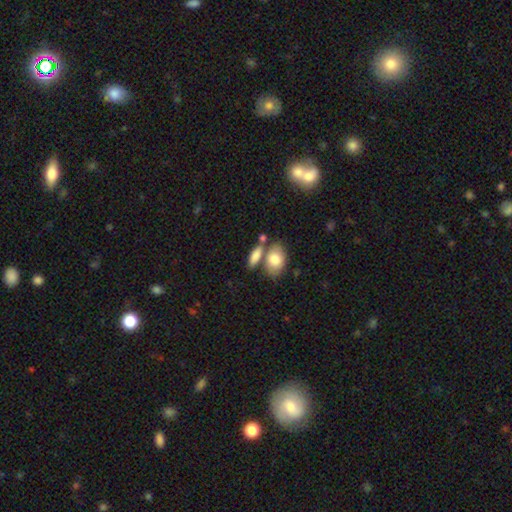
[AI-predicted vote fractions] Morphology: type=smooth (80%); roundness=in between (78%); merging=none (52%).